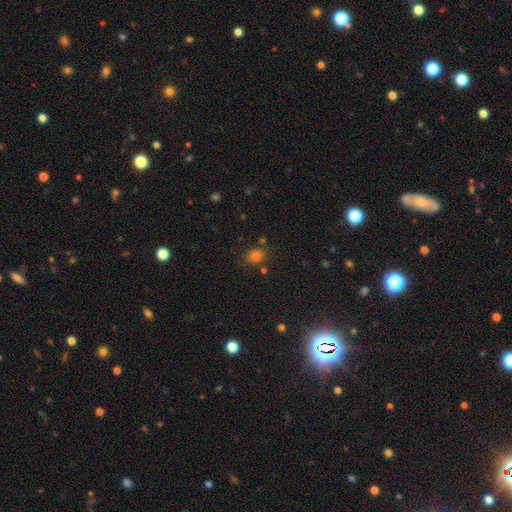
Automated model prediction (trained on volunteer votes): Smooth or featured? Predicted: smooth (p=0.73). How rounded? Predicted: in between (p=0.64). Merging? Predicted: none (p=0.76).